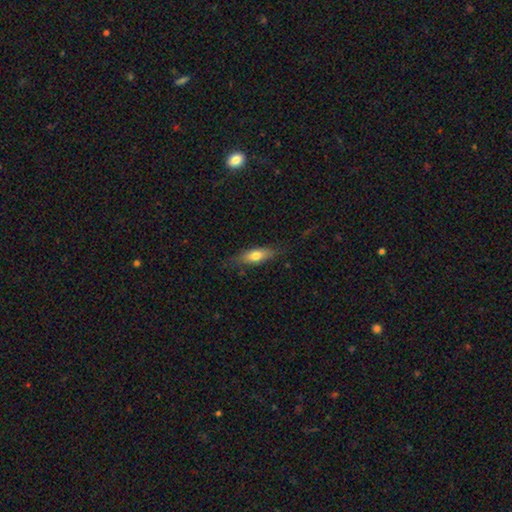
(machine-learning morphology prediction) Smooth or featured? Predicted: smooth (p=0.69). How rounded? Predicted: in between (p=0.62). Merging? Predicted: none (p=0.74).